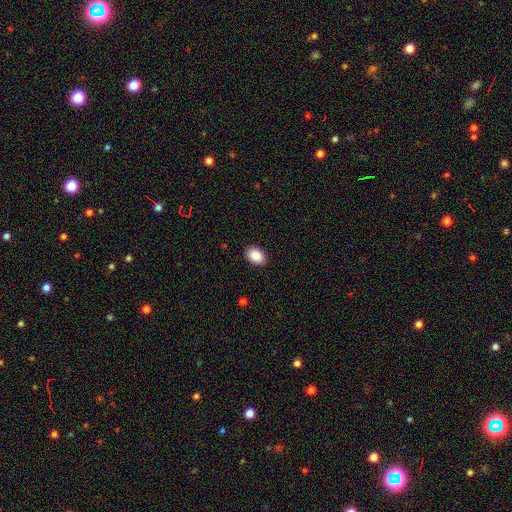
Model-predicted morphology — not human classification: Overall: smooth (90%). How rounded: in between (85%). Merging: none (89%).